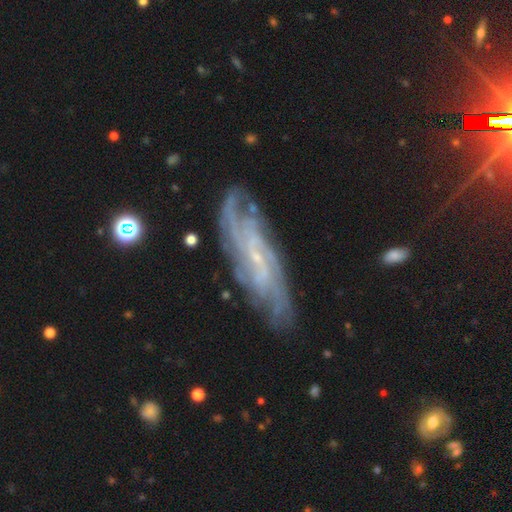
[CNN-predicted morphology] Smooth or featured? Predicted: featured or disk (p=0.82). Edge-on disk? Predicted: no (p=0.80). Bar? Predicted: no (p=0.42). Spiral arms? Predicted: yes (p=0.94). Spiral winding? Predicted: tight (p=0.54). Spiral arm count? Predicted: can't tell (p=0.42). Bulge size? Predicted: small (p=0.80). Merging? Predicted: none (p=0.78).